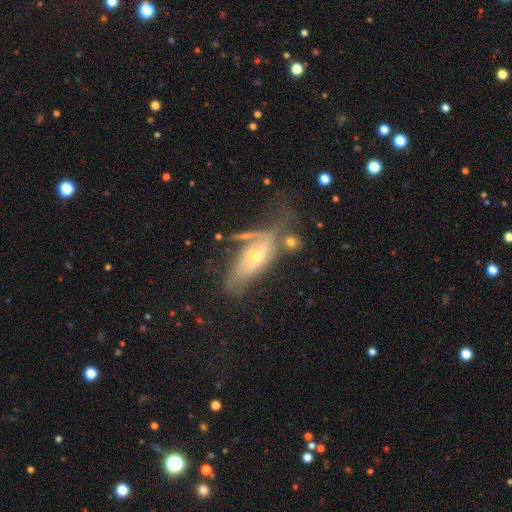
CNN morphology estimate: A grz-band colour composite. It shows a featured or disk galaxy (58%). Merging: major disturbance (32%).